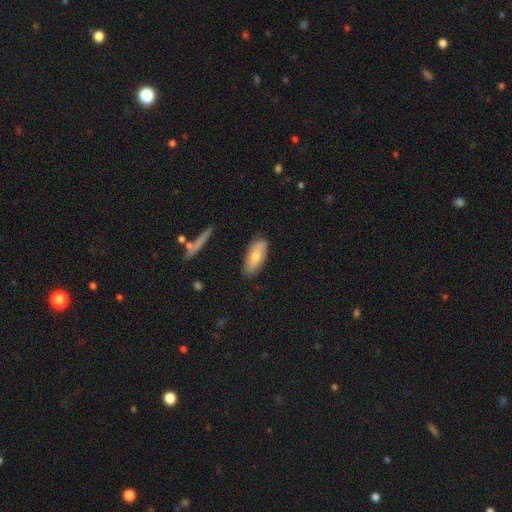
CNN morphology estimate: Smooth or featured? smooth (68%)
How rounded? in between (85%)
Merging? none (79%)